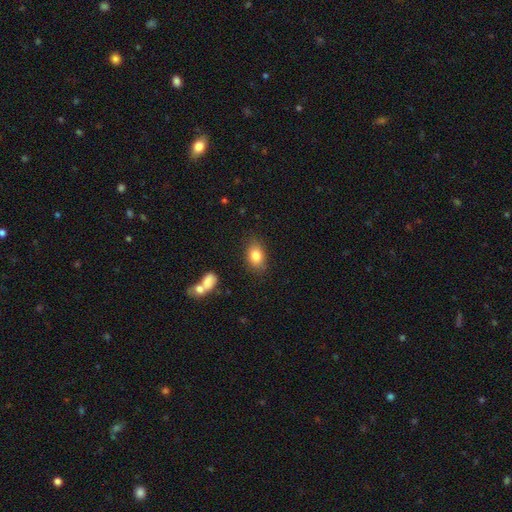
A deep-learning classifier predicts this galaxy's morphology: Overall: smooth (83%). How rounded: in between (80%). Merging: none (81%).